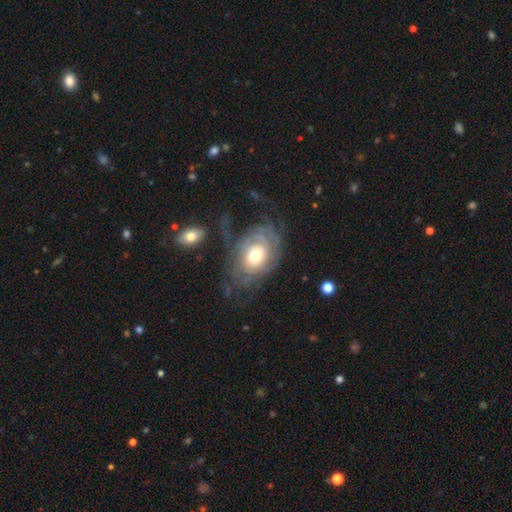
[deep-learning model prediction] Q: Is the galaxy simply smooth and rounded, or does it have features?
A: featured or disk — 74%.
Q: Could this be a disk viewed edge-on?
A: no — 95%.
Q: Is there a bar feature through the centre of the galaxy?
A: no — 80%.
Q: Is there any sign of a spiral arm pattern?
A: yes — 82%.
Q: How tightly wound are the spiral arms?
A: tight — 62%.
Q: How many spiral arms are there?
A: can't tell — 51%.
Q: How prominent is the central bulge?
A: moderate — 61%.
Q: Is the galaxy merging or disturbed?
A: none — 48%.